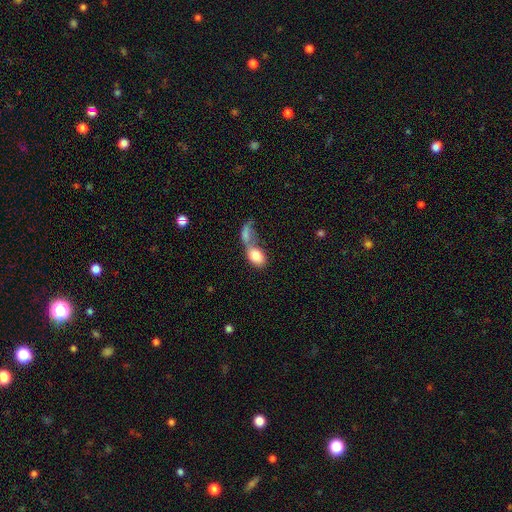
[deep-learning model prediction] Smooth or featured? smooth (79%)
How rounded? in between (80%)
Merging? merger (65%)